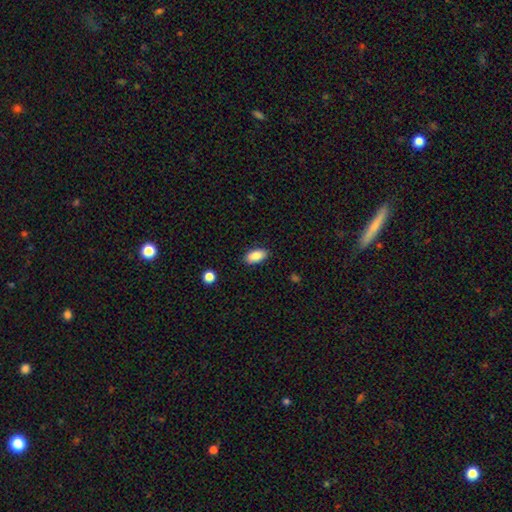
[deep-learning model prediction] A smooth galaxy with no disk features (88%) that is in between round and cigar-shaped (92%). Merging: none (87%).